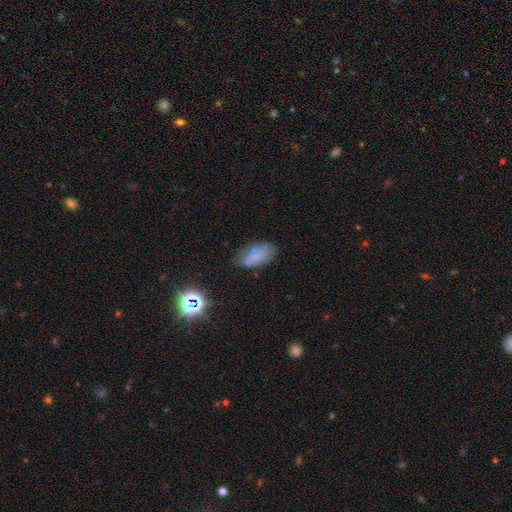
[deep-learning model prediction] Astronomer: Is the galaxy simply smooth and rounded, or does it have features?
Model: smooth — 53% (runner-up: featured or disk, 33%).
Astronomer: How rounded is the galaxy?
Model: in between — 91%.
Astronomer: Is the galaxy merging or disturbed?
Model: none — 56%.